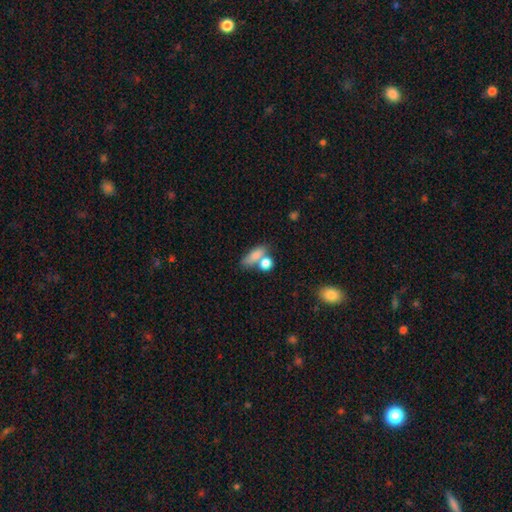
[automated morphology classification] Smooth or featured? smooth (78%)
How rounded? in between (61%)
Merging? none (42%)